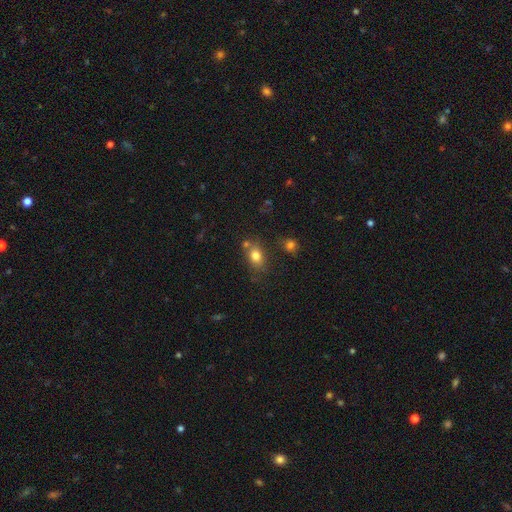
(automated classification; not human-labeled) smooth 79%, star or artifact 11%, featured or disk 10%. Down the decision tree: how rounded — in between (64%); merging — none (62%).